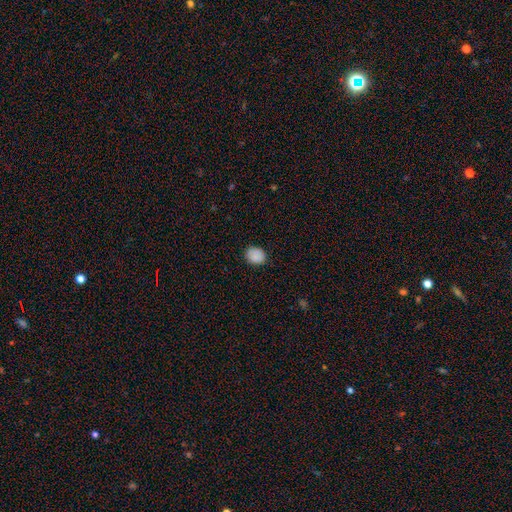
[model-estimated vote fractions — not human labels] Morphology: type=smooth (88%); roundness=round (54%); merging=none (85%).